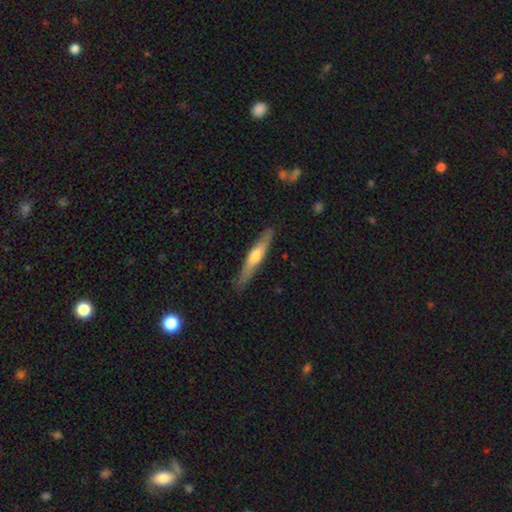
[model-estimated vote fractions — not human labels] smooth_or_featured: featured or disk (p=0.48) [alt: smooth p=0.46]
merging: none (p=0.85) [alt: minor disturbance p=0.12]